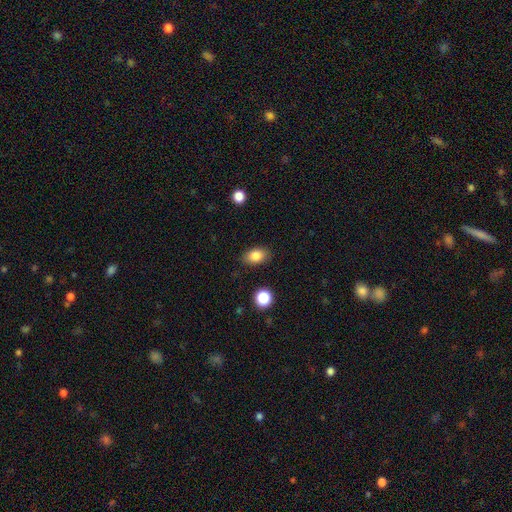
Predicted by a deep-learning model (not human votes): Q: Smooth or featured?
A: smooth (84%); runner-up: star or artifact (9%)
Q: How rounded?
A: in between (84%); runner-up: round (14%)
Q: Merging?
A: none (85%); runner-up: minor disturbance (11%)